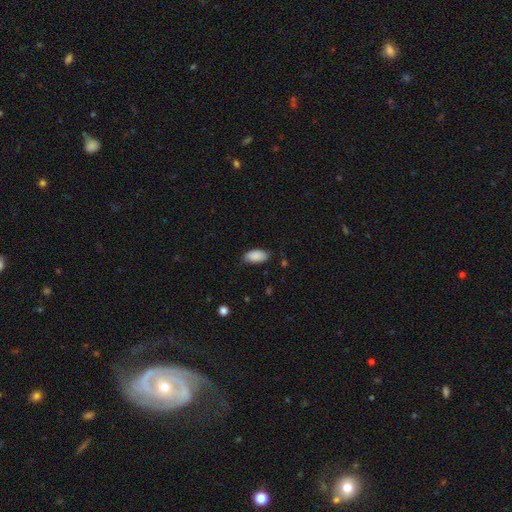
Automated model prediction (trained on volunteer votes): Overall: smooth (89%). How rounded: in between (94%). Merging: none (77%).